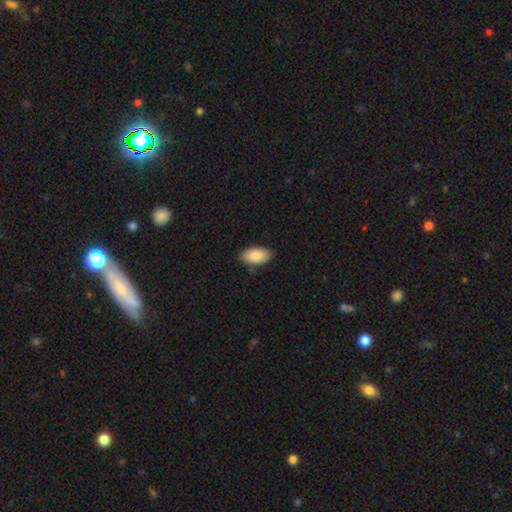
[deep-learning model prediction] Overall: smooth (89%). How rounded: in between (94%). Merging: none (85%).